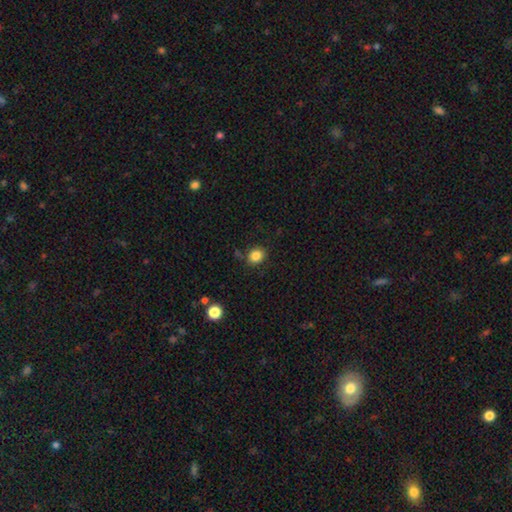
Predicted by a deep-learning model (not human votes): smooth-or-featured: smooth: 84% | star or artifact: 11% | featured or disk: 5%
  how-rounded: round: 57% | in between: 42% | cigar-shaped: 1%
  merging: none: 83% | minor disturbance: 11% | merger: 3% | major disturbance: 3%